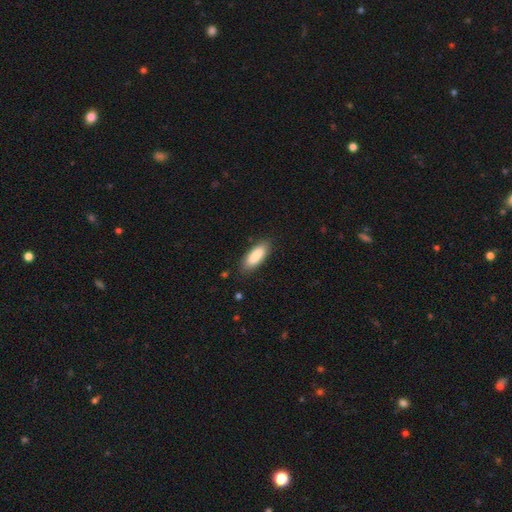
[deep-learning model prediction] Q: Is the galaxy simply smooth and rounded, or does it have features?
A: smooth — 87%.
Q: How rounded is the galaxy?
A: in between — 71%.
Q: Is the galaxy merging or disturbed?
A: none — 85%.